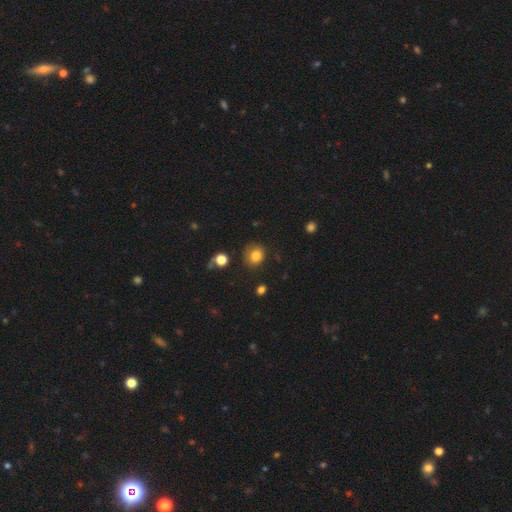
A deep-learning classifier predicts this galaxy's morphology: This is clearly a smooth galaxy (82%). How rounded: likely round (70%). Merging: likely none (70%).